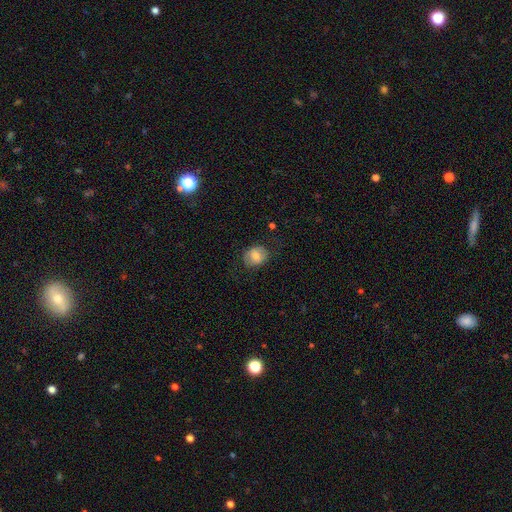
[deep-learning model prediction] Q: Smooth or featured?
A: smooth (73%); runner-up: featured or disk (19%)
Q: How rounded?
A: round (56%); runner-up: in between (43%)
Q: Merging?
A: none (75%); runner-up: minor disturbance (17%)